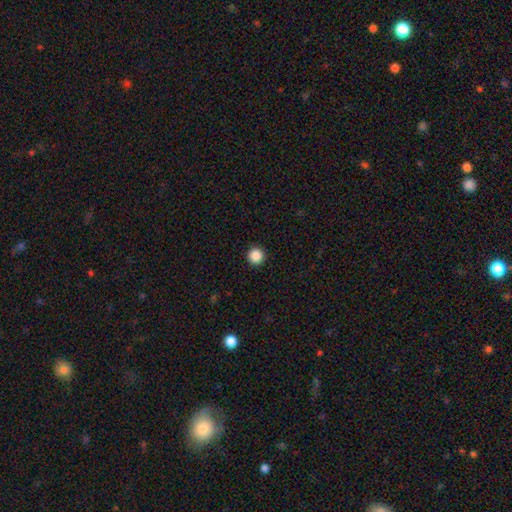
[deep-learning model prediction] Smooth or featured: smooth — 88% (star or artifact — 10%)
How rounded: round — 96% (in between — 3%)
Merging: none — 93% (minor disturbance — 4%)